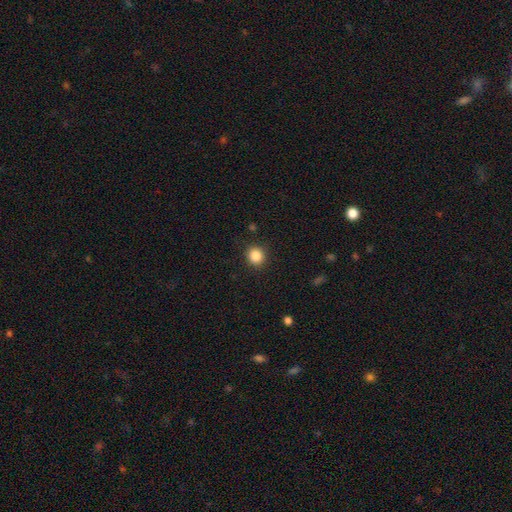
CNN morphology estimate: Smooth or featured?
  - smooth: 86% *
  - star or artifact: 10%
  - featured or disk: 3%
How rounded?
  - round: 86% *
  - in between: 14%
  - cigar-shaped: 1%
Merging?
  - none: 90% *
  - minor disturbance: 7%
  - major disturbance: 2%
  - merger: 1%